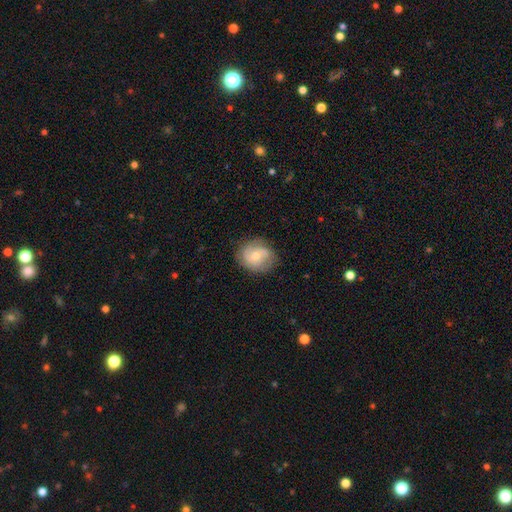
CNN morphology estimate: Smooth or featured: featured or disk — 56% (smooth — 36%)
Edge-on disk: no — 97% (yes — 3%)
Bar: no — 64% (weak — 30%)
Spiral arms: yes — 79% (no — 21%)
Bulge size: moderate — 53% (small — 43%)
Merging: none — 76% (minor disturbance — 18%)